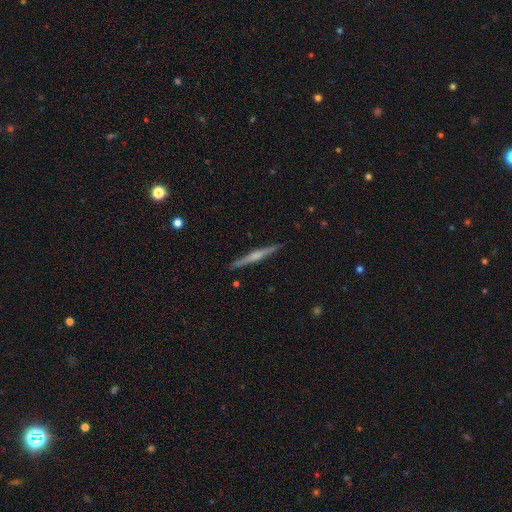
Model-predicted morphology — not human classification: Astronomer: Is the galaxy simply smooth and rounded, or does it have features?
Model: featured or disk — 62%.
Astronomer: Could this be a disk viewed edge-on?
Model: yes — 98%.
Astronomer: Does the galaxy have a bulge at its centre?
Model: rounded — 54% (runner-up: none, 31%).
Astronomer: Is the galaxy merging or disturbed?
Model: none — 92%.